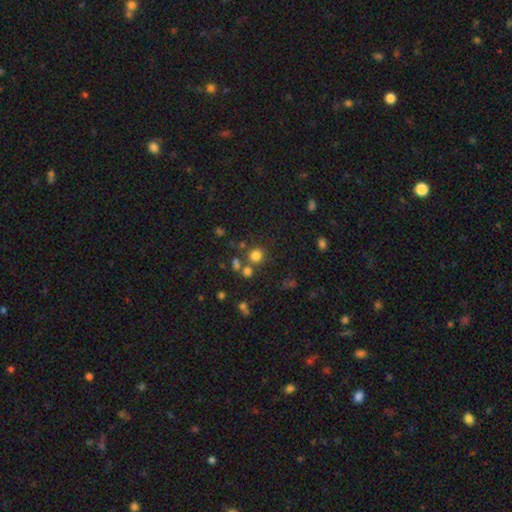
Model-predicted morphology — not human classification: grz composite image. It shows a smooth galaxy with no disk features (76%) that is round (91%). Merging: none (72%).